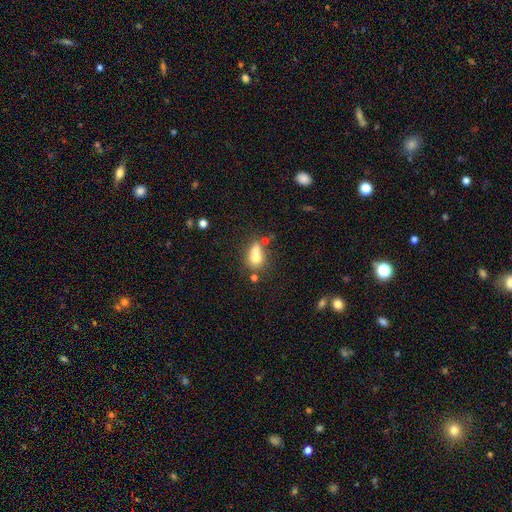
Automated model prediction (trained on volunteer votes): Smooth or featured: smooth — 68% (featured or disk — 20%)
How rounded: in between — 58% (round — 37%)
Merging: merger — 46% (none — 31%)